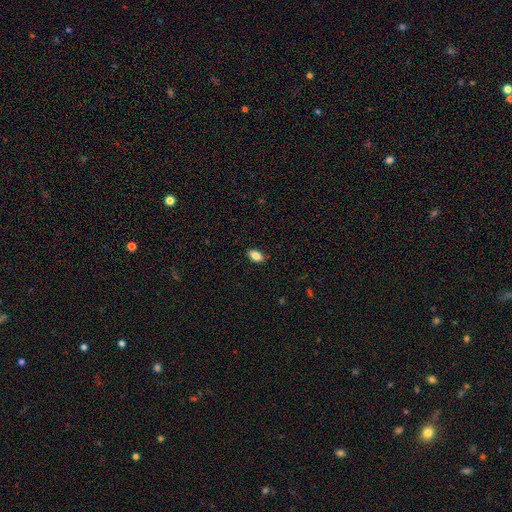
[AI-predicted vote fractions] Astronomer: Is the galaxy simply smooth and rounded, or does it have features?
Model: smooth — 84%.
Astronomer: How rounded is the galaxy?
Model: in between — 90%.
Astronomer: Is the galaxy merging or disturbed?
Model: none — 88%.